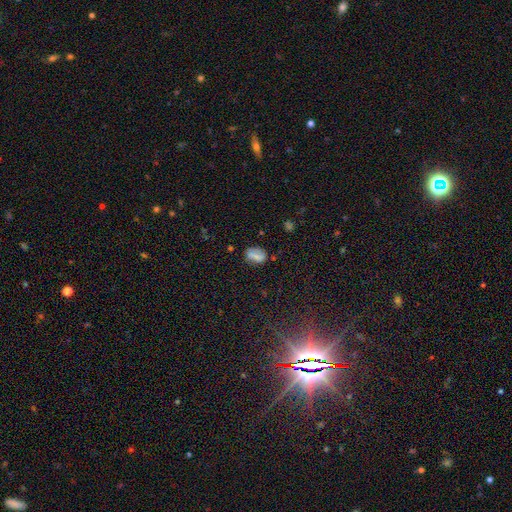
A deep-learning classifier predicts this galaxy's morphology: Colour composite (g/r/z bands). It shows a smooth galaxy with no disk features (66%) that is in between round and cigar-shaped (72%). Merging: none (68%).